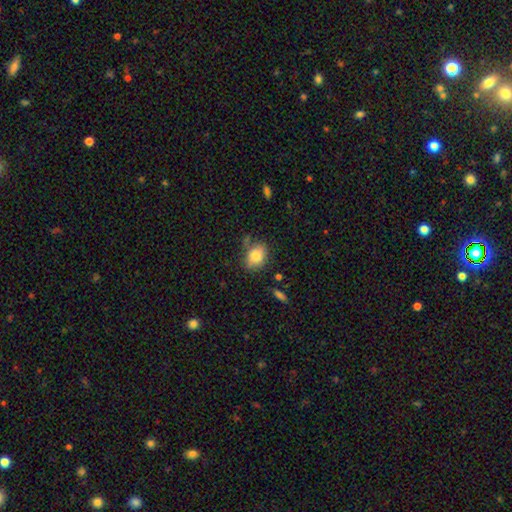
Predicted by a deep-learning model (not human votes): smooth 81%, featured or disk 10%, star or artifact 9%. Down the decision tree: how rounded — in between (65%); merging — none (63%).